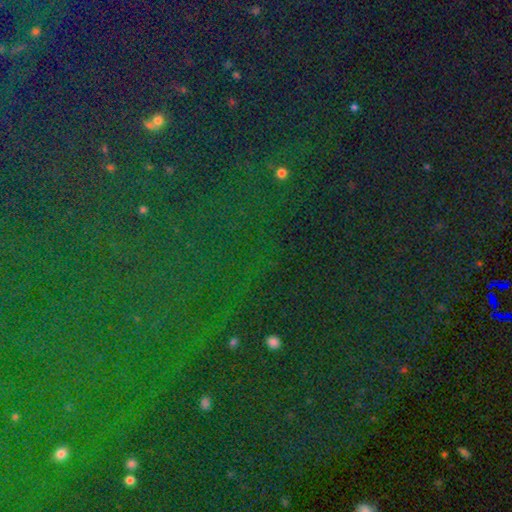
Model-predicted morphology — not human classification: Smooth or featured: star or artifact — 82% (smooth — 11%)